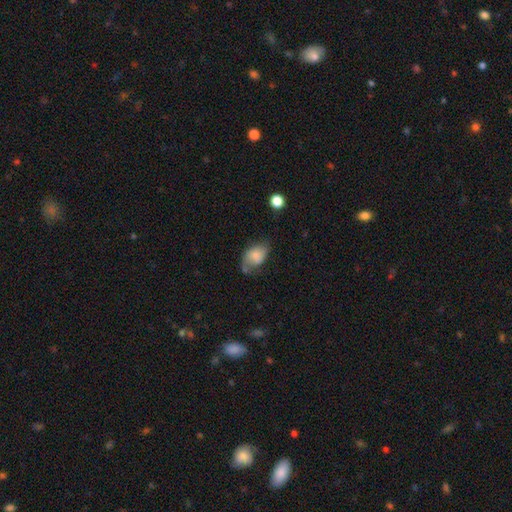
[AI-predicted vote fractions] Morphology: type=smooth (63%); roundness=in between (83%); merging=none (44%).